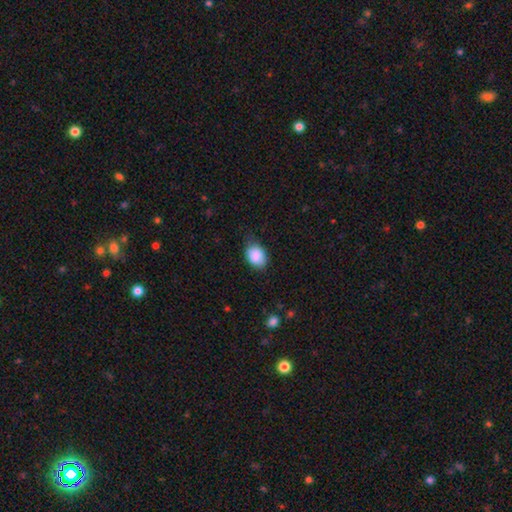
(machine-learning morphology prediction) Q: Smooth or featured?
A: smooth (89%); runner-up: star or artifact (7%)
Q: How rounded?
A: in between (72%); runner-up: round (27%)
Q: Merging?
A: none (69%); runner-up: minor disturbance (25%)